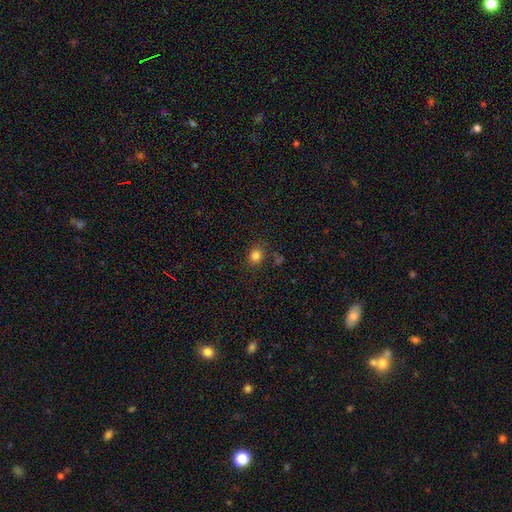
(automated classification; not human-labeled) A smooth galaxy with no disk features (81%) that is round (70%). Merging: none (80%).